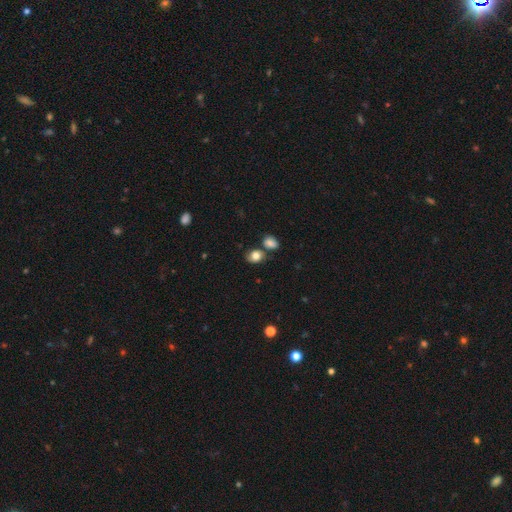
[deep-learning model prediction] A smooth galaxy with no disk features (80%) that is round (56%). Merging: none (59%).